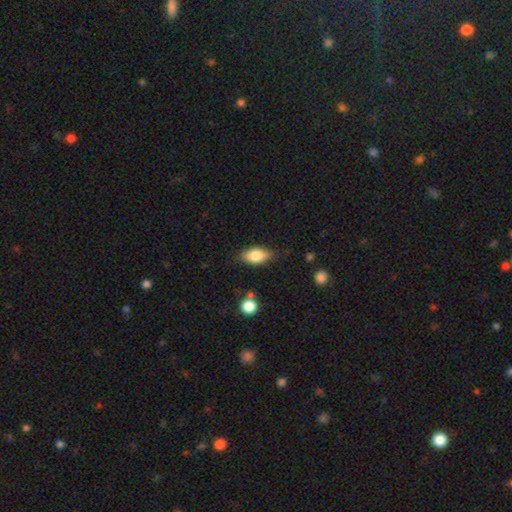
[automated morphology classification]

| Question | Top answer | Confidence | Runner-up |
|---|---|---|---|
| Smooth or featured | smooth | 78% | featured or disk (15%) |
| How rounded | in between | 88% | cigar-shaped (7%) |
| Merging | none | 78% | minor disturbance (17%) |